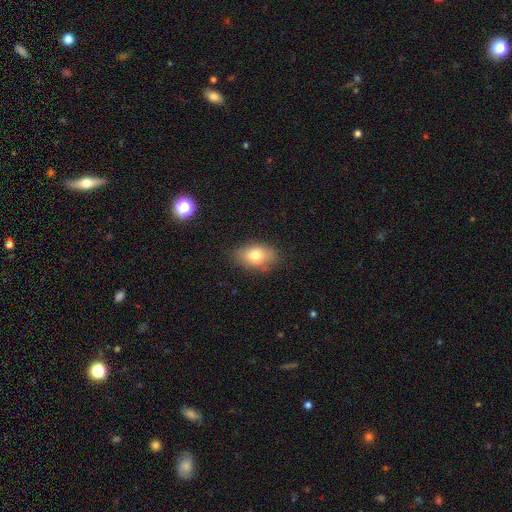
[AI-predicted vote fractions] Morphology: type=smooth (76%); roundness=in between (85%); merging=none (81%).